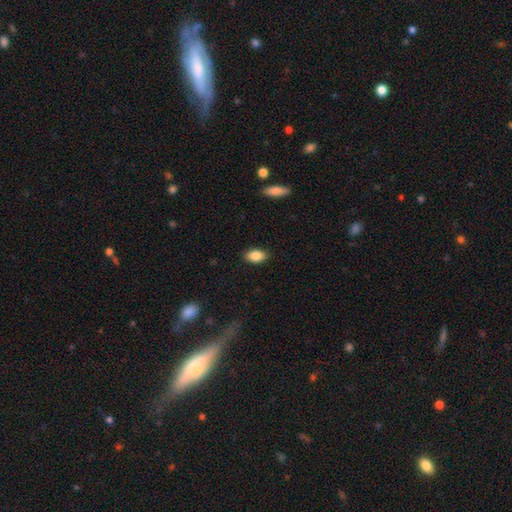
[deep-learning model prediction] This appears to be a smooth galaxy with no disk features (87%) that is in between round and cigar-shaped (91%). Merging: none (88%).